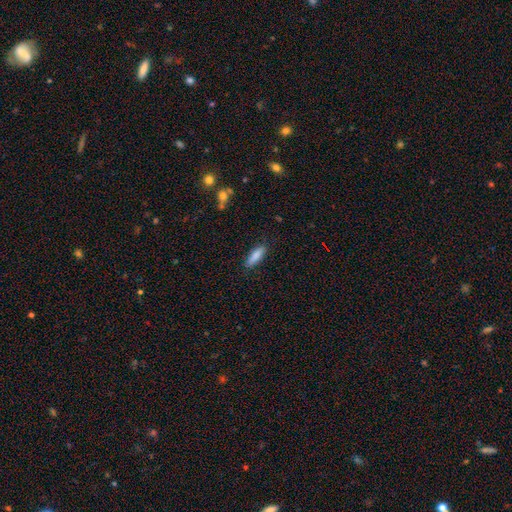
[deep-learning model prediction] smooth-or-featured: smooth: 85% | featured or disk: 8% | star or artifact: 6%
  how-rounded: cigar-shaped: 54% | in between: 45% | round: 2%
  merging: none: 86% | minor disturbance: 10% | major disturbance: 2% | merger: 1%